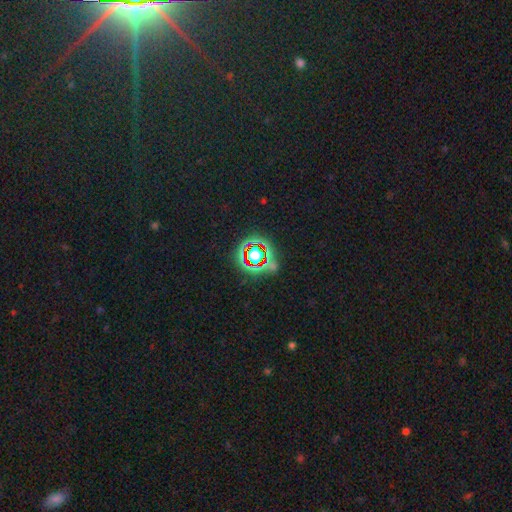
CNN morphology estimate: smooth-or-featured: star or artifact: 67% | smooth: 21% | featured or disk: 11%